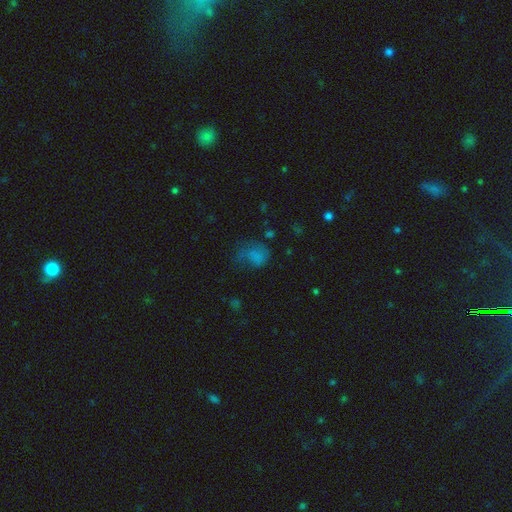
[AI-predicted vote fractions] Overall: smooth (65%). How rounded: in between (50%; round 48%). Merging: major disturbance (39%; none 32%).